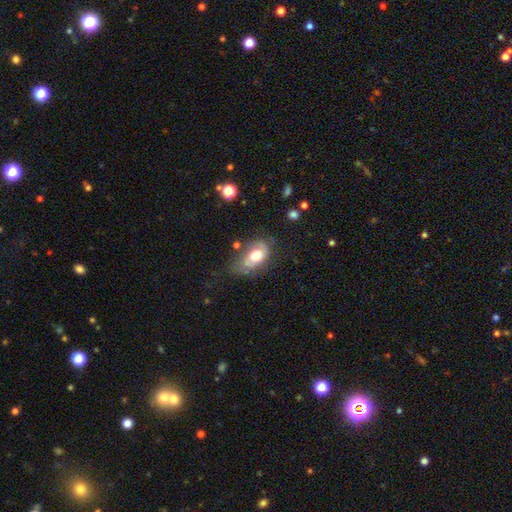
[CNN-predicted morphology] This is possibly a smooth galaxy (58%). How rounded: clearly in between (91%). Merging: marginally none (41%).